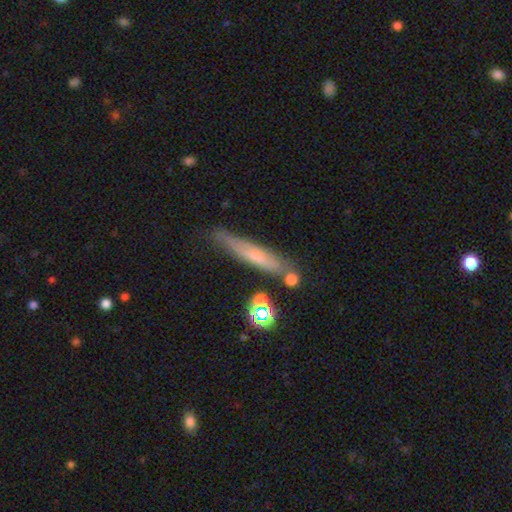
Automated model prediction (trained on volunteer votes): smooth-or-featured: smooth: 51% | featured or disk: 38% | star or artifact: 10%
  how-rounded: cigar-shaped: 88% | in between: 9% | round: 3%
  merging: none: 68% | minor disturbance: 19% | merger: 7% | major disturbance: 5%